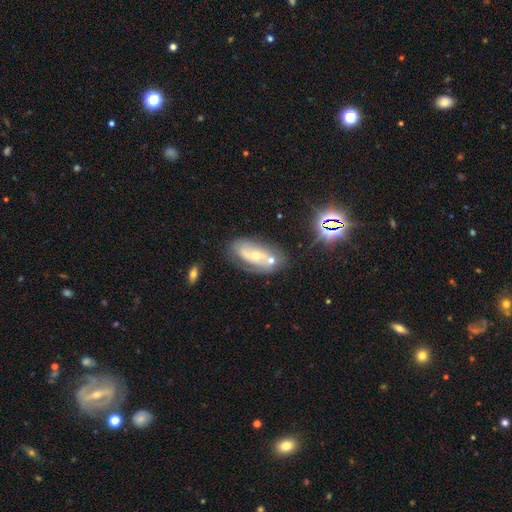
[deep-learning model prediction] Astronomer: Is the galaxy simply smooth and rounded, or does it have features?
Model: featured or disk — 67%.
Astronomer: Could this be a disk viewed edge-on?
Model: no — 90%.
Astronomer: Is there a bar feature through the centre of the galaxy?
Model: no — 63%.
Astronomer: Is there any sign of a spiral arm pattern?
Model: yes — 68%.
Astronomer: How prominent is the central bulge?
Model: small — 52% (runner-up: moderate, 44%).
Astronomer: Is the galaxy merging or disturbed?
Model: none — 54%.